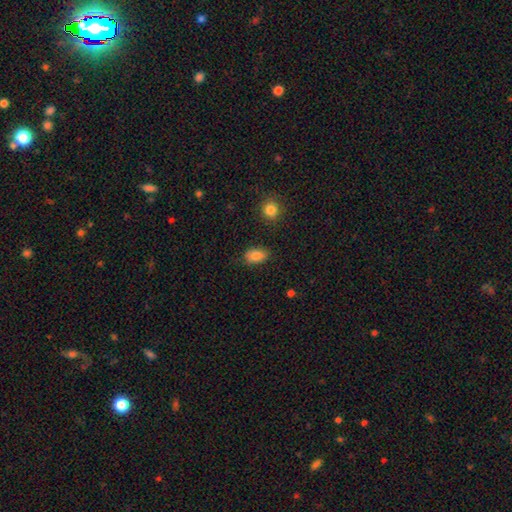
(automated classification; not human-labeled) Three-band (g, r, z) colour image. It shows a smooth galaxy with no disk features (85%) that is in between round and cigar-shaped (88%). Merging: none (83%).